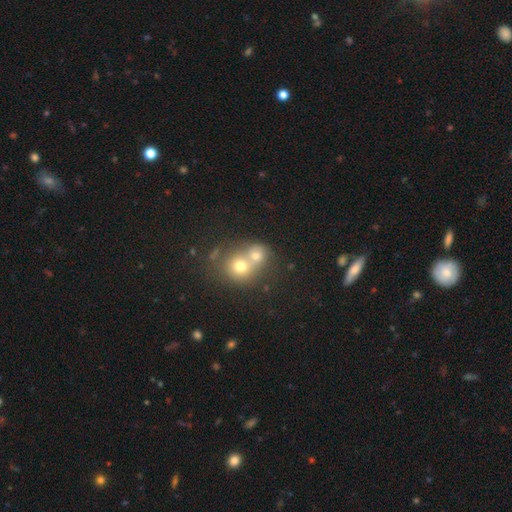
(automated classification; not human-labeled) Smooth or featured? smooth (67%)
How rounded? round (75%)
Merging? merger (67%)